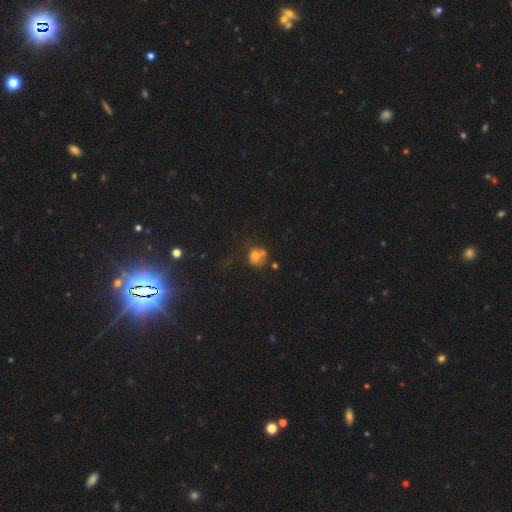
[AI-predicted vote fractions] smooth_or_featured: smooth (p=0.67) [alt: featured or disk p=0.18]
how_rounded: round (p=0.68) [alt: in between p=0.31]
merging: none (p=0.37) [alt: merger p=0.22]